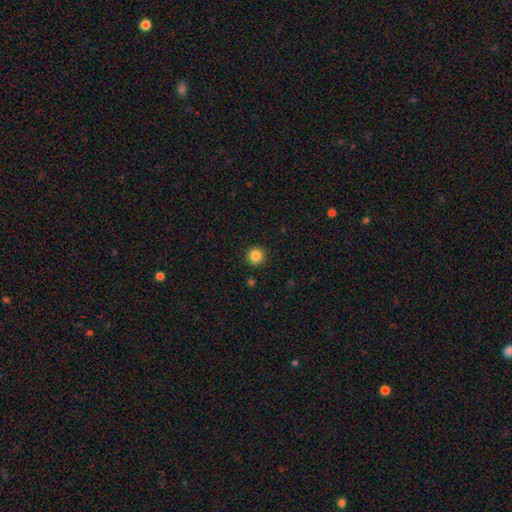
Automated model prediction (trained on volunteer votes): Q: Smooth or featured?
A: smooth (85%); runner-up: star or artifact (11%)
Q: How rounded?
A: round (95%); runner-up: in between (4%)
Q: Merging?
A: none (92%); runner-up: minor disturbance (5%)